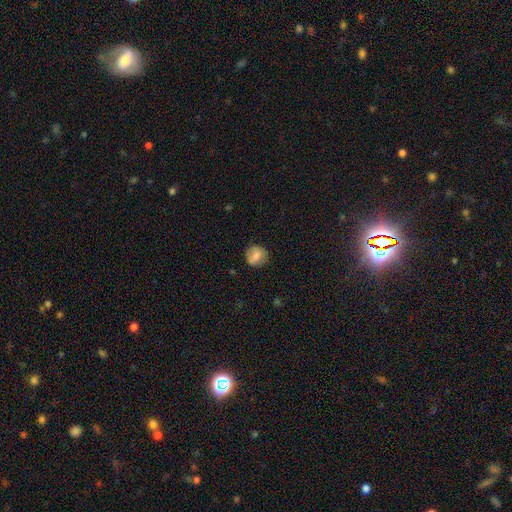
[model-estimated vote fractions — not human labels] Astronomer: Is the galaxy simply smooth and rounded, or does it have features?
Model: smooth — 68%.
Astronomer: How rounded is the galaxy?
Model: round — 85%.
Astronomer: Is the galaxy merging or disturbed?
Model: none — 81%.